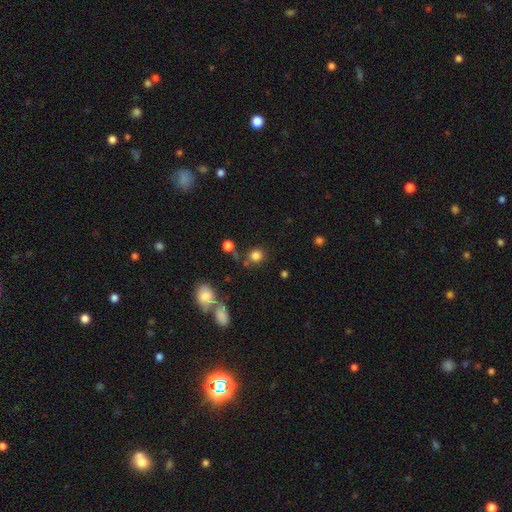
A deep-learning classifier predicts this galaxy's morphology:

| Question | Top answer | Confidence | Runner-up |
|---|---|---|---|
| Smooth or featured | smooth | 82% | star or artifact (13%) |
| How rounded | round | 85% | in between (14%) |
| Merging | none | 75% | minor disturbance (10%) |